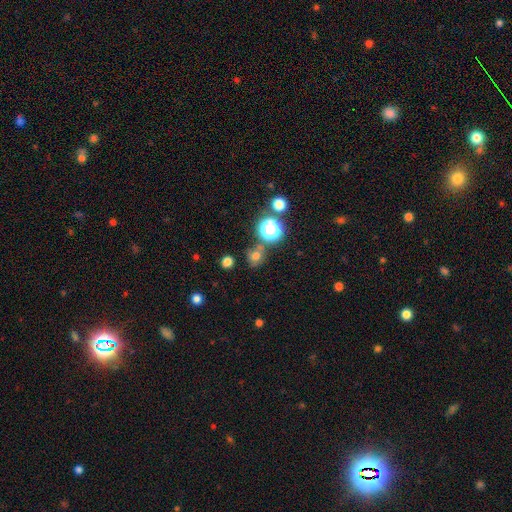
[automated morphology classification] Smooth or featured: smooth — 66% (star or artifact — 25%)
How rounded: round — 81% (in between — 18%)
Merging: none — 72% (minor disturbance — 12%)